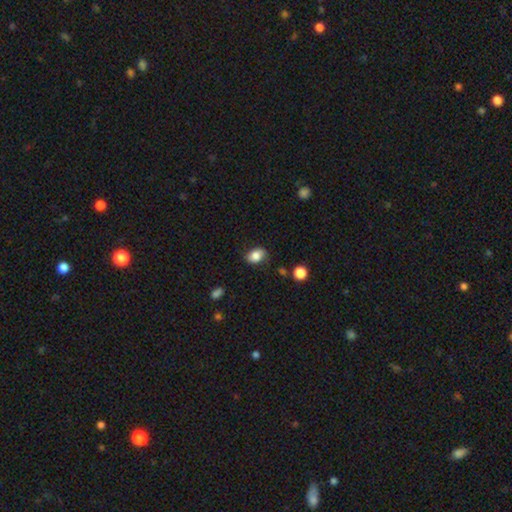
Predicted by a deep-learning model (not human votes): The model was most divided on "how rounded": in between: 76%, round: 22%, cigar-shaped: 1%. More confident: smooth or featured — smooth (81%); merging — none (74%).